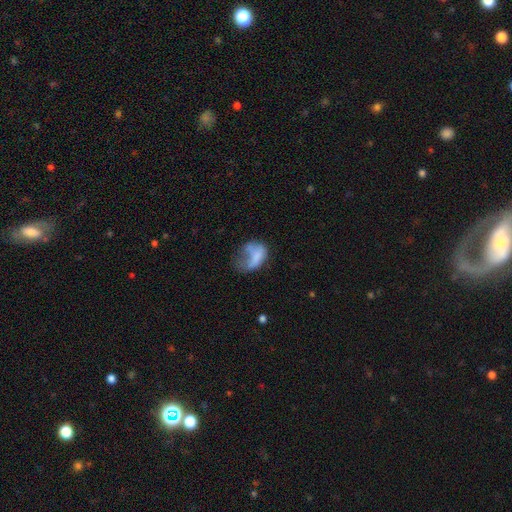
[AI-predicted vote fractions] Smooth or featured? Predicted: smooth (p=0.60). How rounded? Predicted: in between (p=0.80). Merging? Predicted: major disturbance (p=0.52).